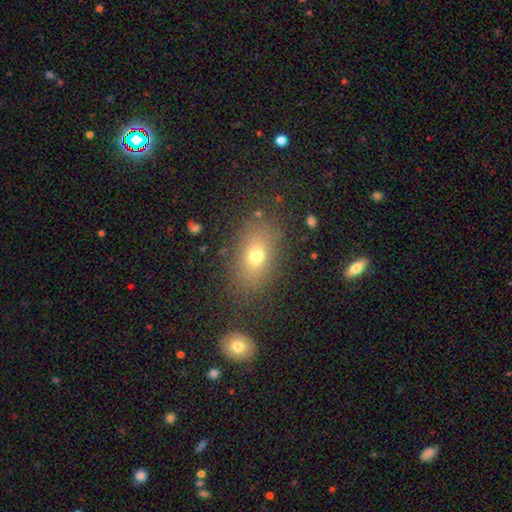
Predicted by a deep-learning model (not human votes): Morphology: type=smooth (70%); roundness=in between (79%); merging=none (81%).